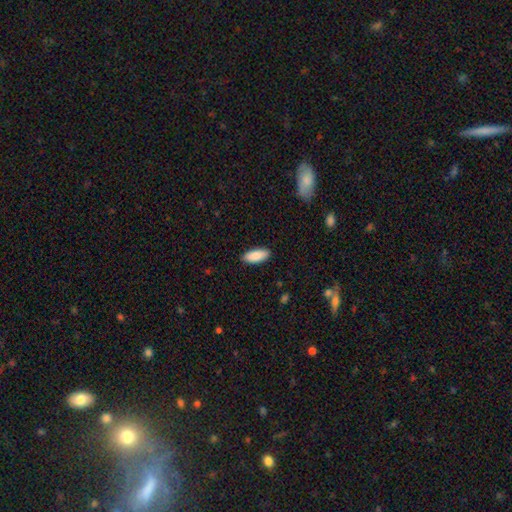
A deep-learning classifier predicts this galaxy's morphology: Smooth or featured?
  - smooth: 90% *
  - star or artifact: 6%
  - featured or disk: 5%
How rounded?
  - in between: 85% *
  - cigar-shaped: 13%
  - round: 2%
Merging?
  - none: 89% *
  - minor disturbance: 8%
  - major disturbance: 2%
  - merger: 1%